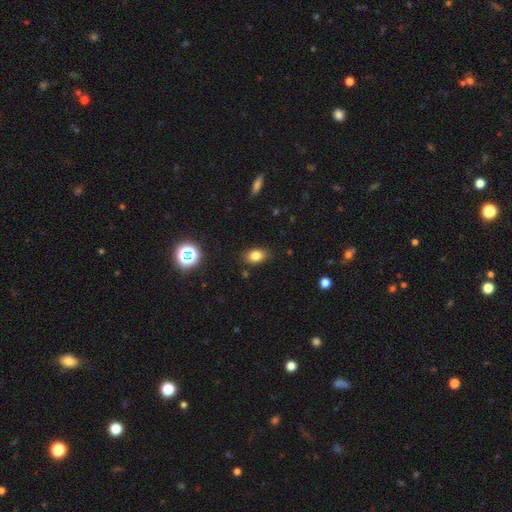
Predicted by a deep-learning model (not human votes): Morphology: type=smooth (81%); roundness=in between (80%); merging=none (85%).